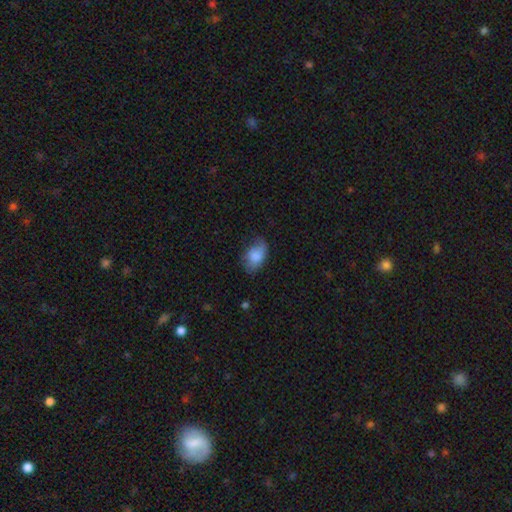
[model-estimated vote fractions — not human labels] Overall: smooth (79%). How rounded: in between (89%). Merging: none (56%; minor disturbance 32%).